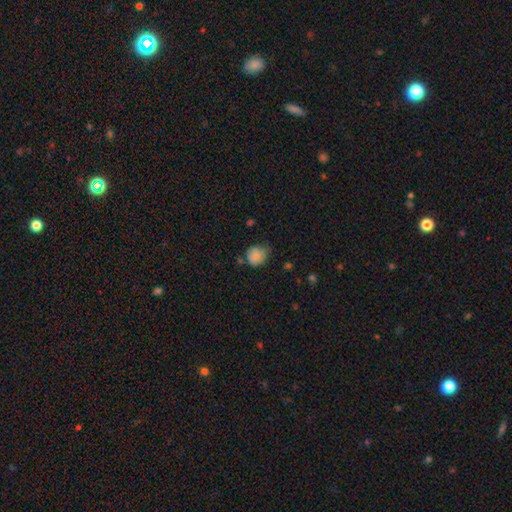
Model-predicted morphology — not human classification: Smooth or featured: smooth — 81% (featured or disk — 10%)
How rounded: round — 76% (in between — 23%)
Merging: none — 51% (minor disturbance — 36%)